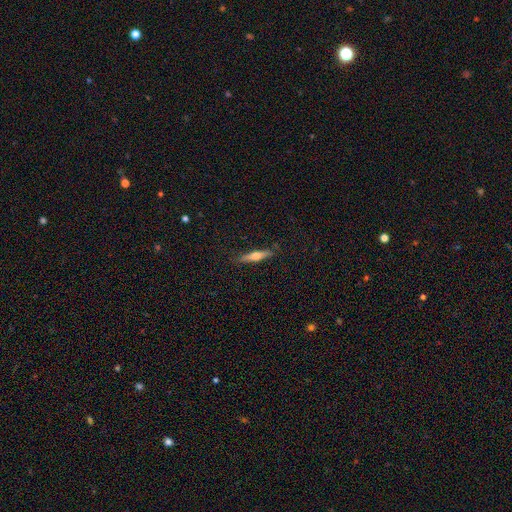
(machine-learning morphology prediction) smooth_or_featured: featured or disk (p=0.52) [alt: smooth p=0.42]
disk_edge_on: yes (p=0.96) [alt: no p=0.04]
edge_on_bulge: rounded (p=0.90) [alt: none p=0.05]
merging: none (p=0.86) [alt: minor disturbance p=0.11]